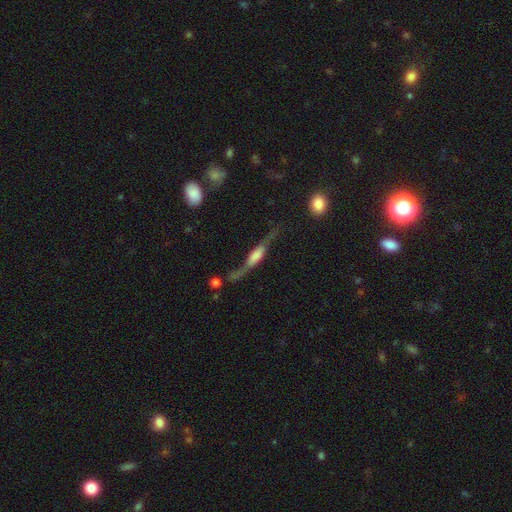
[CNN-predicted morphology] type=featured or disk (71%); edge-on=yes (75%); edge-on bulge=boxy (50%); merging=none (50%).